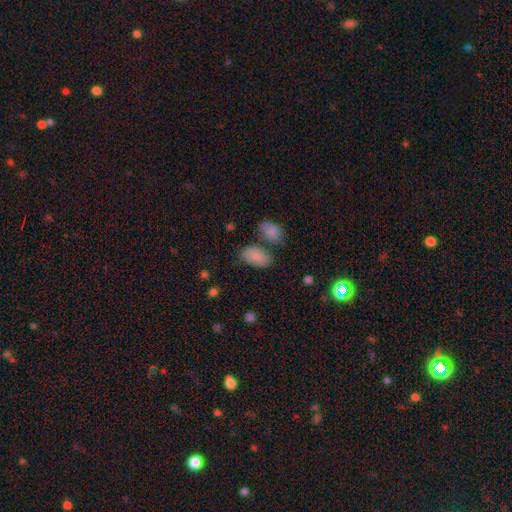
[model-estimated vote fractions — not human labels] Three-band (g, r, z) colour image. It shows a smooth galaxy with no disk features (84%) that is in between round and cigar-shaped (93%). Merging: none (61%).